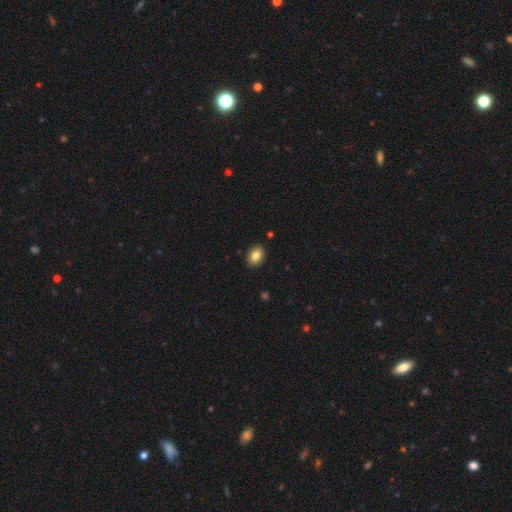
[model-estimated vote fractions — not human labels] Smooth or featured?
  - smooth: 83% *
  - featured or disk: 9%
  - star or artifact: 8%
How rounded?
  - in between: 70% *
  - round: 29%
  - cigar-shaped: 1%
Merging?
  - none: 90% *
  - minor disturbance: 7%
  - major disturbance: 2%
  - merger: 1%